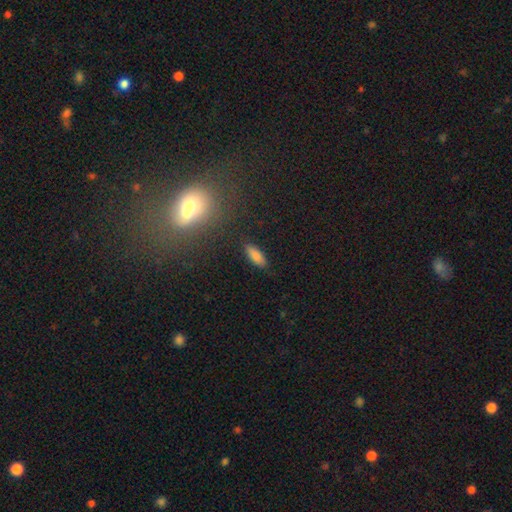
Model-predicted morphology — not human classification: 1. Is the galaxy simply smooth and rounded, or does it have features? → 84% smooth, 8% star or artifact, 8% featured or disk.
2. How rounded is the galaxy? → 68% in between, 29% cigar-shaped, 2% round.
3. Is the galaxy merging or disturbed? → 86% none, 10% minor disturbance, 2% major disturbance, 1% merger.